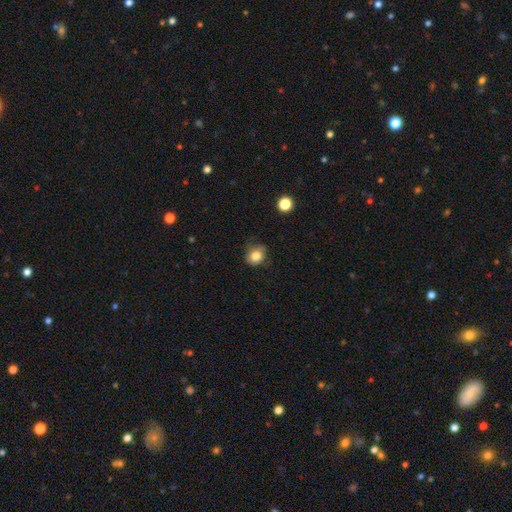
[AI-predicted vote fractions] Smooth or featured?
  - smooth: 82% *
  - star or artifact: 10%
  - featured or disk: 8%
How rounded?
  - round: 68% *
  - in between: 31%
  - cigar-shaped: 1%
Merging?
  - none: 71% *
  - minor disturbance: 23%
  - major disturbance: 5%
  - merger: 1%